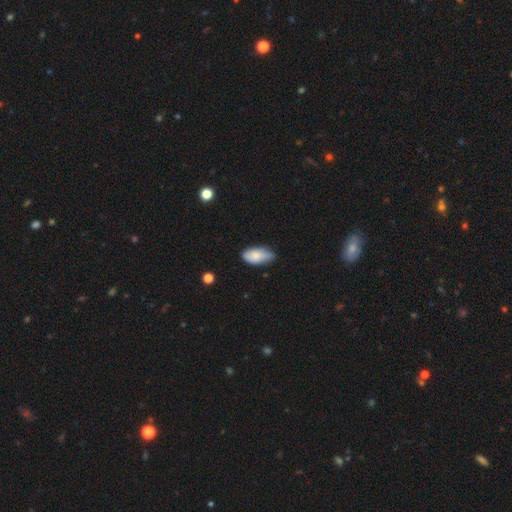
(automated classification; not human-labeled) Smooth or featured? smooth (79%)
How rounded? in between (92%)
Merging? none (62%)